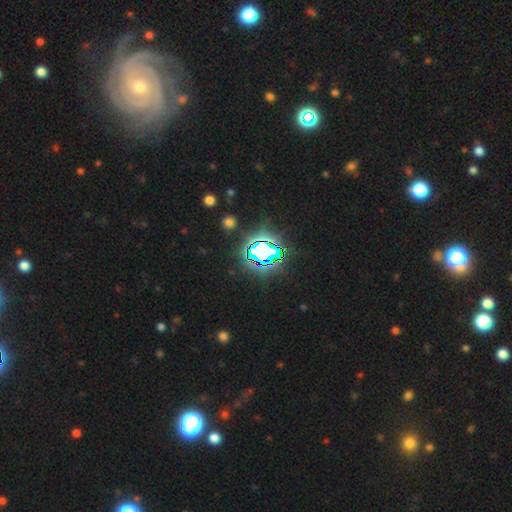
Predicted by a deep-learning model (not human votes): The model was most divided on "smooth or featured": star or artifact: 79%, smooth: 13%, featured or disk: 8%.